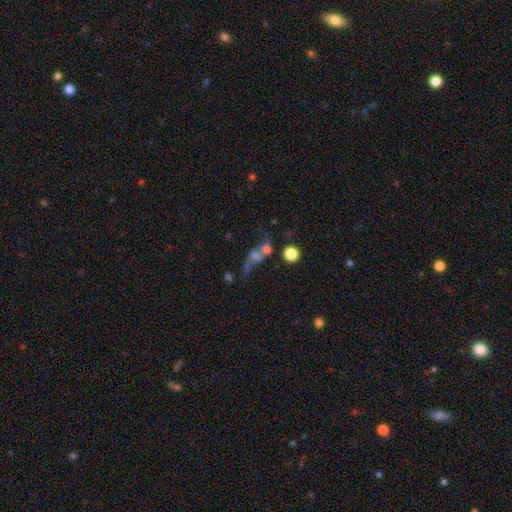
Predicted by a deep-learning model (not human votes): The model was most divided on "merging": none: 34%, merger: 27%, major disturbance: 24%, minor disturbance: 14%. Remaining: smooth or featured — featured or disk (43%).